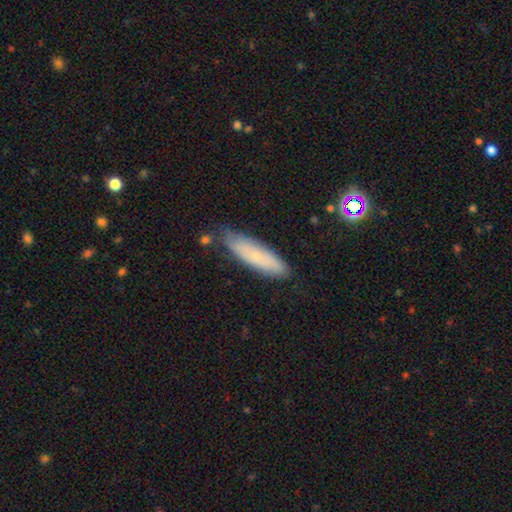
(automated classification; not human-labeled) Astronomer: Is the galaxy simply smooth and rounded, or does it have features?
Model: smooth — 64%.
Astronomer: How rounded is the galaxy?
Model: cigar-shaped — 66%.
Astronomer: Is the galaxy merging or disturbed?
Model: none — 73%.